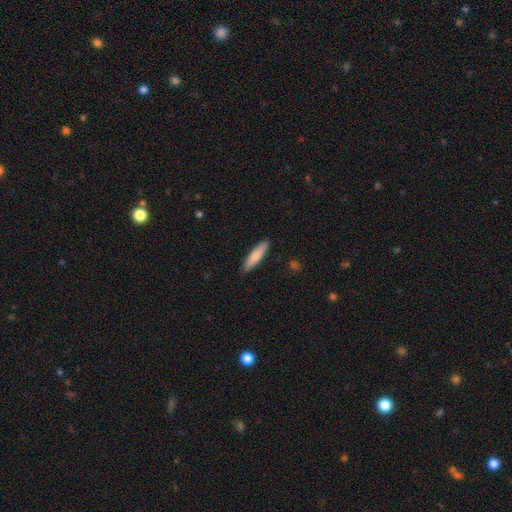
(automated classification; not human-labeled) This is clearly a smooth galaxy (81%). How rounded: likely cigar-shaped (79%). Merging: clearly none (89%).